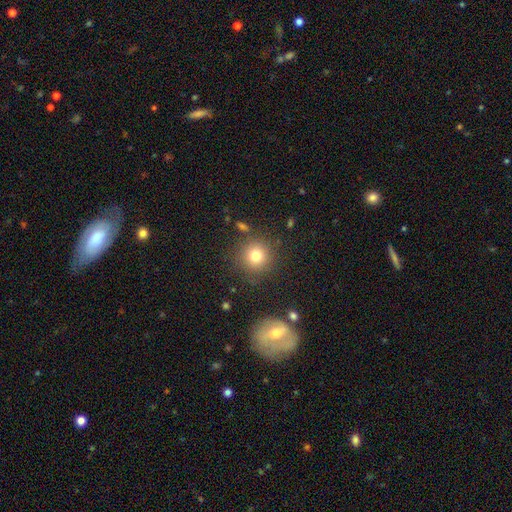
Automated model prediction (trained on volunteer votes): Smooth or featured? smooth (78%)
How rounded? round (93%)
Merging? none (84%)